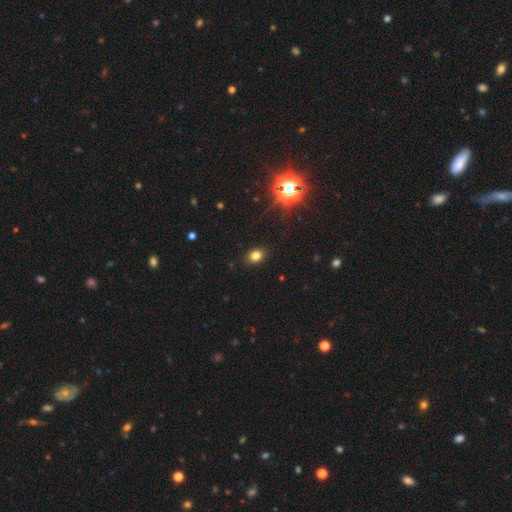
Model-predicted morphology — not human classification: Smooth or featured? Predicted: smooth (p=0.78). How rounded? Predicted: in between (p=0.58). Merging? Predicted: none (p=0.89).